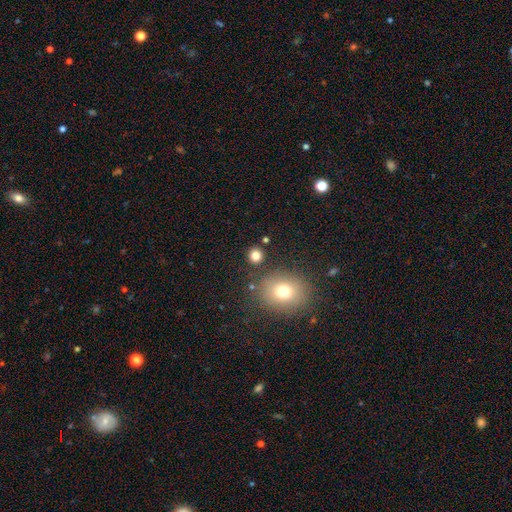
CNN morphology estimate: Smooth or featured? Predicted: smooth (p=0.80). How rounded? Predicted: round (p=0.87). Merging? Predicted: none (p=0.84).